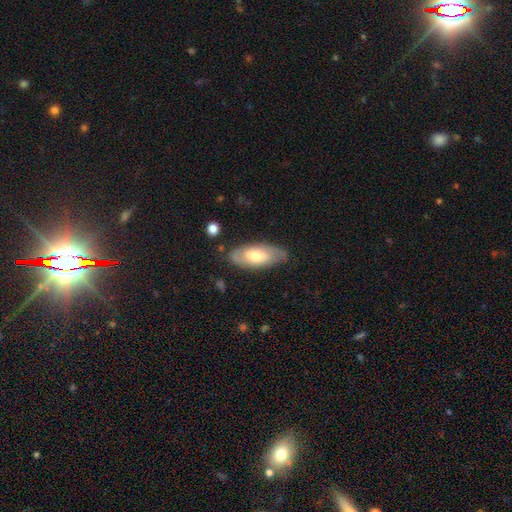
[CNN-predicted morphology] A smooth galaxy with no disk features (52%) that is in between round and cigar-shaped (84%). Merging: none (80%).